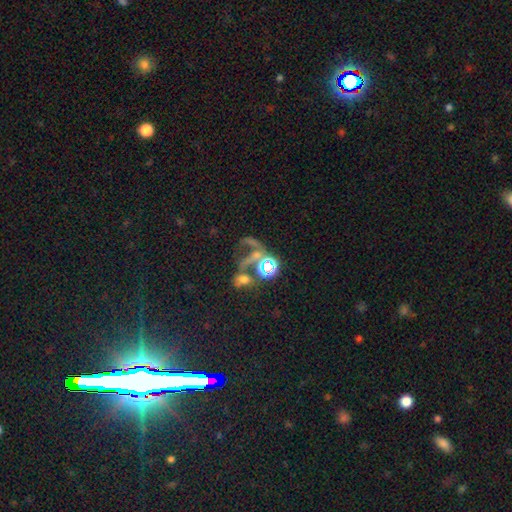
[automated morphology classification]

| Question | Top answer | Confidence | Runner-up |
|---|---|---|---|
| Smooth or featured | star or artifact | 45% | smooth (28%) |